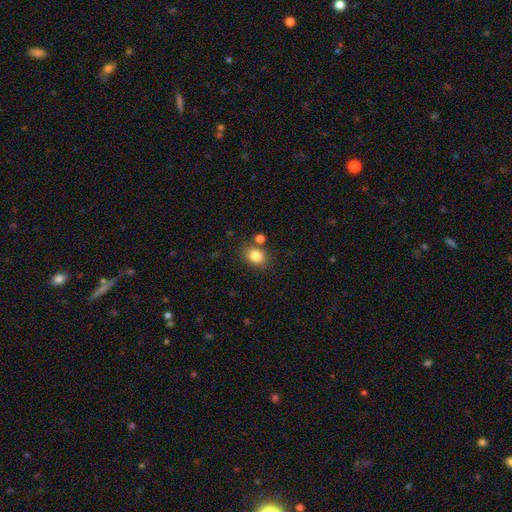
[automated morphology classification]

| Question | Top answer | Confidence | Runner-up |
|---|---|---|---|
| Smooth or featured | smooth | 83% | star or artifact (10%) |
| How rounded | in between | 63% | round (36%) |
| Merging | none | 74% | minor disturbance (12%) |